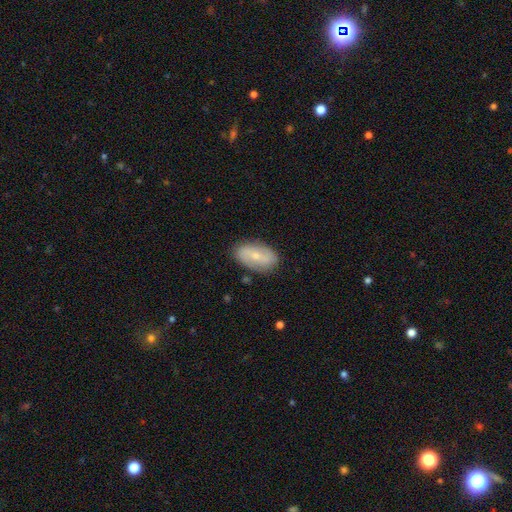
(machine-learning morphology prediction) featured or disk 49%, smooth 44%, star or artifact 7%. Down the decision tree: merging — none (83%).